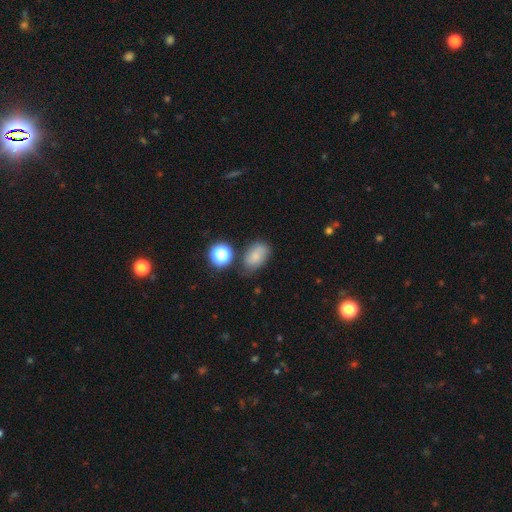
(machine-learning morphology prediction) Smooth or featured? smooth (73%)
How rounded? in between (82%)
Merging? none (65%)